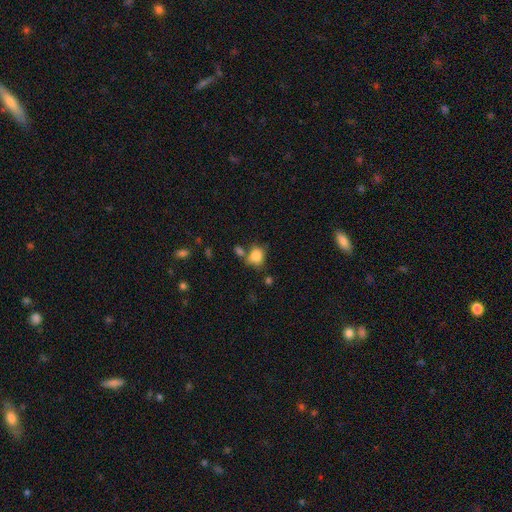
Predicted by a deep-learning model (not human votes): smooth-or-featured: smooth: 82% | star or artifact: 10% | featured or disk: 8%
  how-rounded: round: 51% | in between: 48% | cigar-shaped: 1%
  merging: none: 49% | merger: 23% | minor disturbance: 19% | major disturbance: 8%